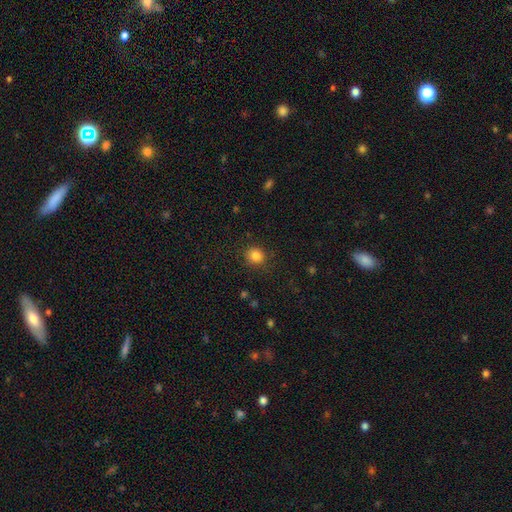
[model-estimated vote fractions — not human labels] smooth 84%, star or artifact 12%, featured or disk 5%. Down the decision tree: how rounded — round (85%); merging — none (87%).